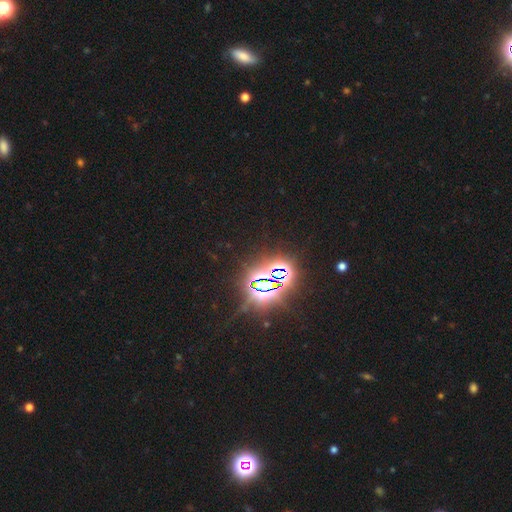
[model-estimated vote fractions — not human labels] star or artifact 81%, smooth 13%, featured or disk 6%.